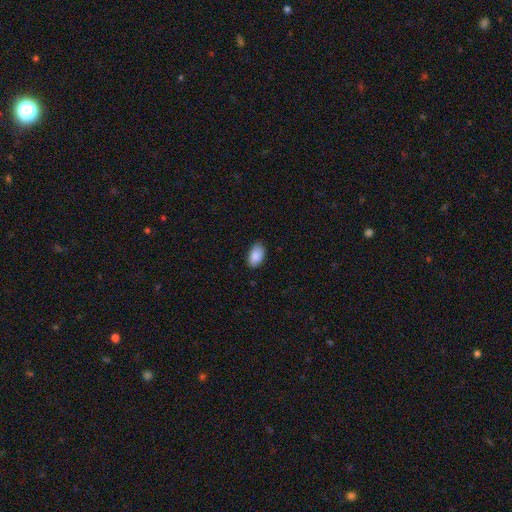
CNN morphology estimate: This is clearly a smooth galaxy (89%). How rounded: clearly in between (94%). Merging: clearly none (84%).